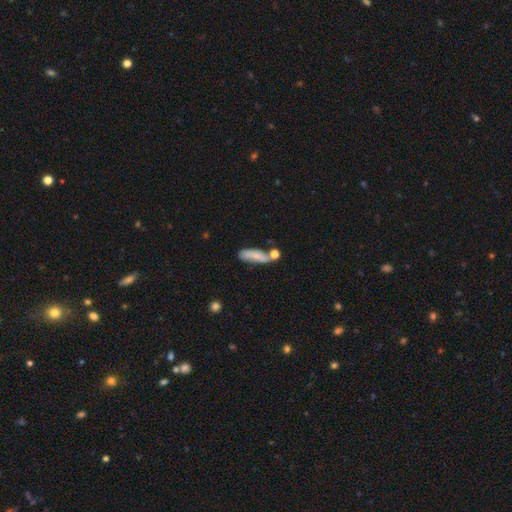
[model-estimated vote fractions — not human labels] Q: Smooth or featured?
A: smooth (63%); runner-up: featured or disk (30%)
Q: How rounded?
A: in between (51%); runner-up: cigar-shaped (46%)
Q: Merging?
A: none (46%); runner-up: merger (24%)